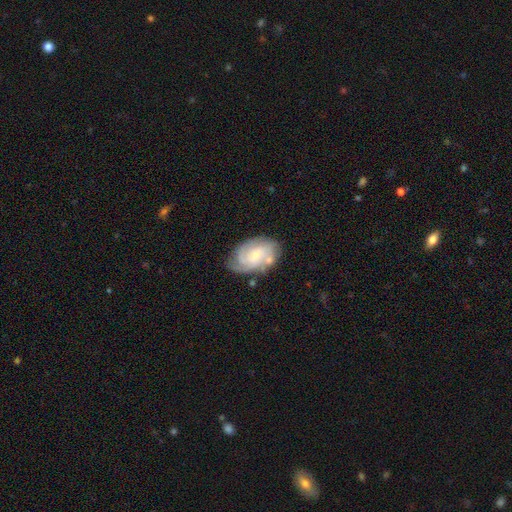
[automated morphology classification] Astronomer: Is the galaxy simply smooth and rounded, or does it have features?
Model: featured or disk — 74%.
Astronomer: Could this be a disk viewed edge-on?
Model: no — 97%.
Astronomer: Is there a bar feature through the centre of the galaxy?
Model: no — 59% (runner-up: weak, 36%).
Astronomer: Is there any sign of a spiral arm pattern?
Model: yes — 93%.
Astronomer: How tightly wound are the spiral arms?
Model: tight — 55% (runner-up: medium, 34%).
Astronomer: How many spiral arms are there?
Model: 3 — 30% (runner-up: can't tell, 29%).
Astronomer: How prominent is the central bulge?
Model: small — 57% (runner-up: moderate, 37%).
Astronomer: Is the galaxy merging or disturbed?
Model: none — 65%.